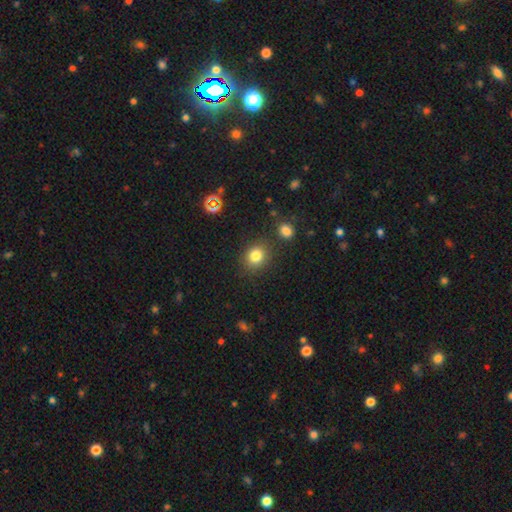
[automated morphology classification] A smooth galaxy with no disk features (81%) that is round (72%).

Vote fractions:
- Smooth or featured? smooth: 81% / star or artifact: 13% / featured or disk: 6%
- How rounded? round: 72% / in between: 27% / cigar-shaped: 1%
- Merging? none: 83% / minor disturbance: 10% / merger: 4% / major disturbance: 3%